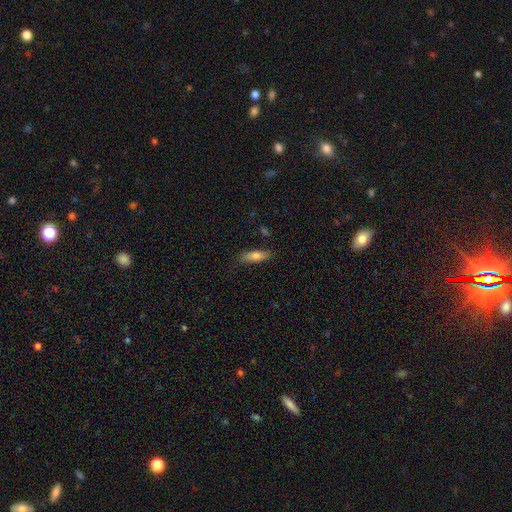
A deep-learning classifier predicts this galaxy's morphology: Smooth or featured? smooth (74%)
How rounded? in between (52%)
Merging? none (80%)